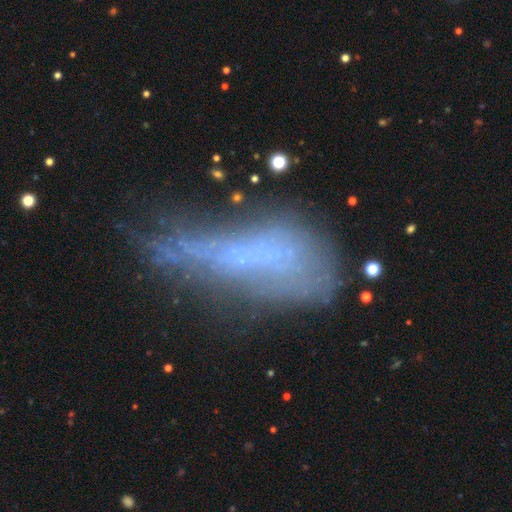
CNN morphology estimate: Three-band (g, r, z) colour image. It shows a featured or disk galaxy (46%). Merging: none (36%).